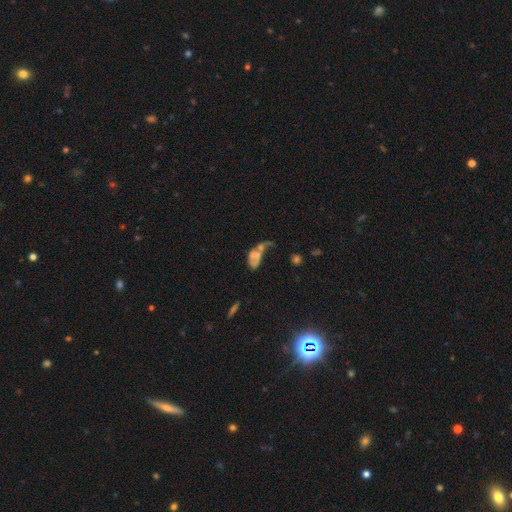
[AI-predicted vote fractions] The model was most divided on "smooth or featured": smooth: 46%, featured or disk: 39%, star or artifact: 14%. Remaining: merging — merger (42%).